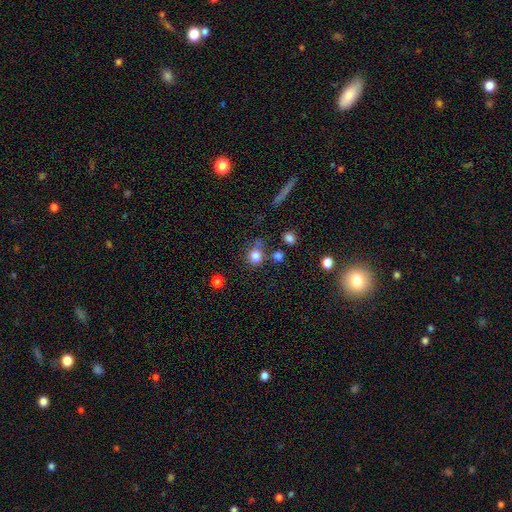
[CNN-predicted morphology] Smooth or featured: smooth — 80% (star or artifact — 12%)
How rounded: round — 72% (in between — 27%)
Merging: none — 60% (minor disturbance — 19%)